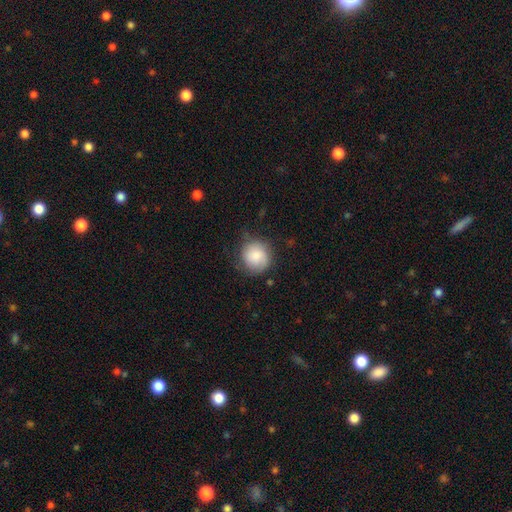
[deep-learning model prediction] smooth_or_featured: smooth (p=0.79) [alt: featured or disk p=0.14]
how_rounded: round (p=0.91) [alt: in between p=0.08]
merging: none (p=0.73) [alt: minor disturbance p=0.19]